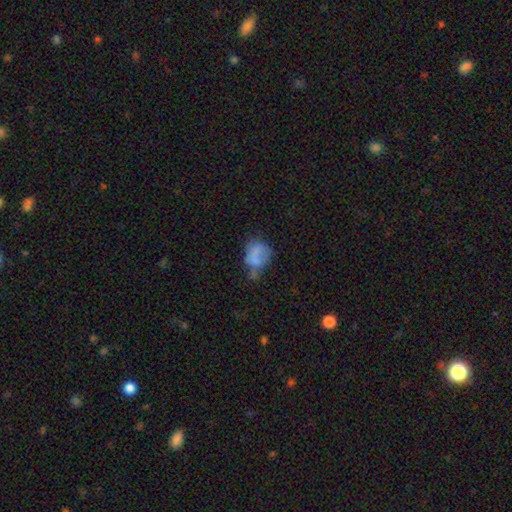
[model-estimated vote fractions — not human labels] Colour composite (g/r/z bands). It shows a smooth galaxy with no disk features (62%) that is in between round and cigar-shaped (52%). Merging: none (32%).